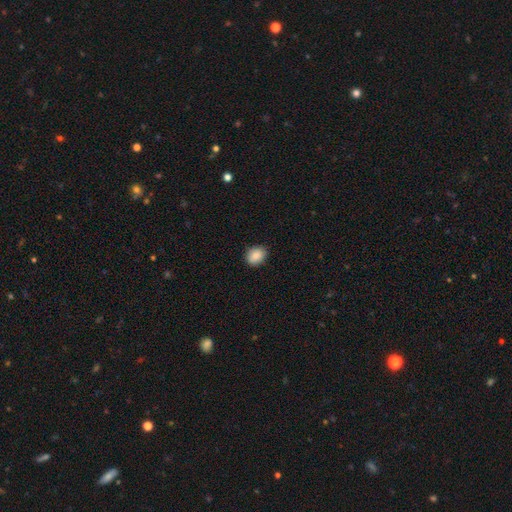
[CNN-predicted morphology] smooth-or-featured: smooth: 85% | star or artifact: 8% | featured or disk: 7%
  how-rounded: round: 54% | in between: 45% | cigar-shaped: 1%
  merging: none: 86% | minor disturbance: 11% | major disturbance: 2% | merger: 1%